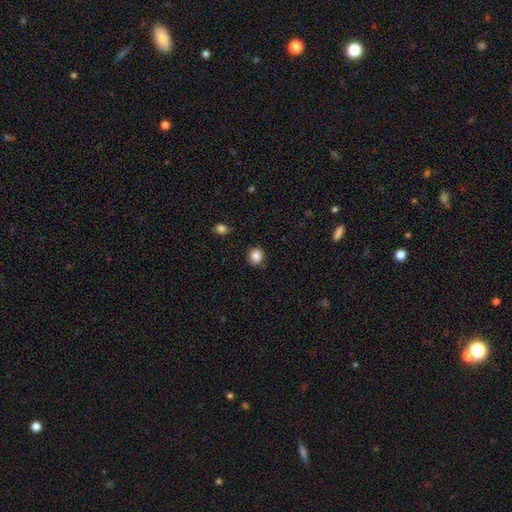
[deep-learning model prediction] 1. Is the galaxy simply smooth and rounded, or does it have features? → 86% smooth, 10% star or artifact, 4% featured or disk.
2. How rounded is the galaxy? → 79% round, 20% in between, 1% cigar-shaped.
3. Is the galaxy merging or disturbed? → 77% none, 18% minor disturbance, 4% major disturbance, 2% merger.